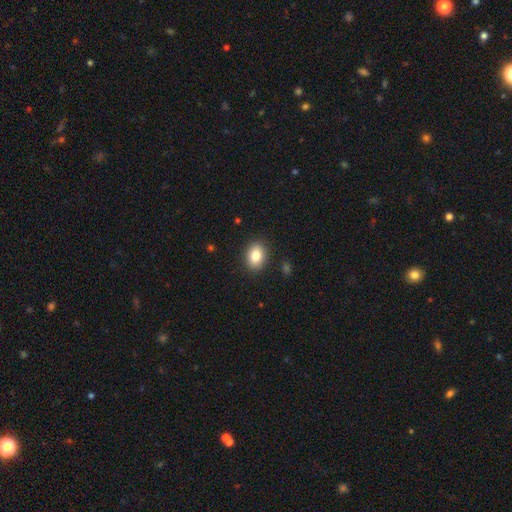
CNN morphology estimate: smooth-or-featured: smooth: 83% | featured or disk: 9% | star or artifact: 9%
  how-rounded: in between: 63% | round: 36% | cigar-shaped: 1%
  merging: none: 89% | minor disturbance: 8% | major disturbance: 2% | merger: 1%